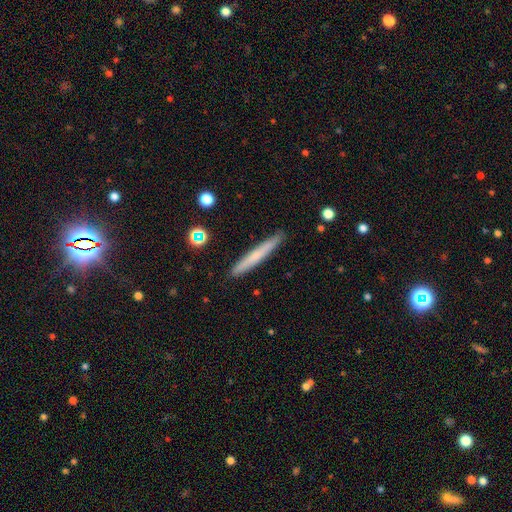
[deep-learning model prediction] Smooth or featured? smooth (60%)
How rounded? cigar-shaped (96%)
Merging? none (90%)